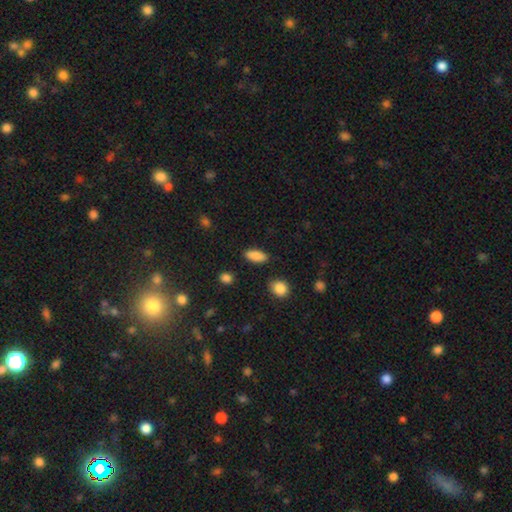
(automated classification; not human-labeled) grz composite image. It shows a smooth galaxy with no disk features (87%) that is in between round and cigar-shaped (81%). Merging: none (86%).